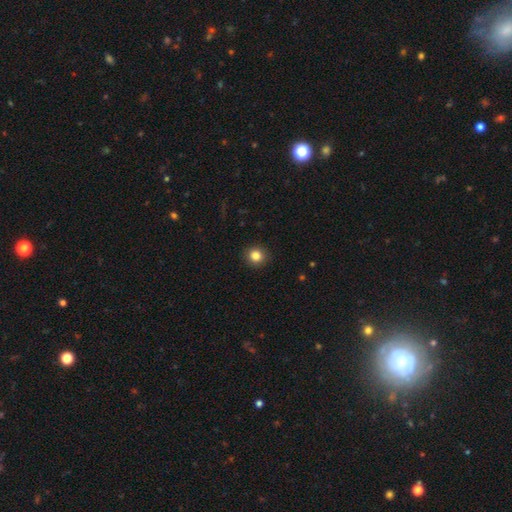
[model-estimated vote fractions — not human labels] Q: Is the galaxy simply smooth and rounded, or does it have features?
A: smooth — 84%.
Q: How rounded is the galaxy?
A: round — 90%.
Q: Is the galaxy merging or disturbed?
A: none — 92%.